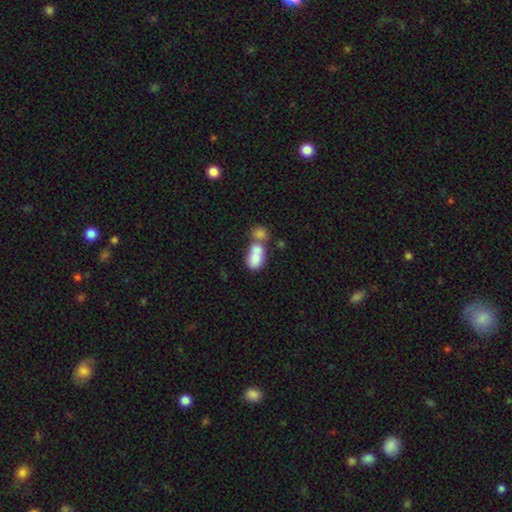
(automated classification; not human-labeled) Q: Smooth or featured?
A: smooth (75%); runner-up: featured or disk (17%)
Q: How rounded?
A: in between (83%); runner-up: round (15%)
Q: Merging?
A: merger (70%); runner-up: none (17%)